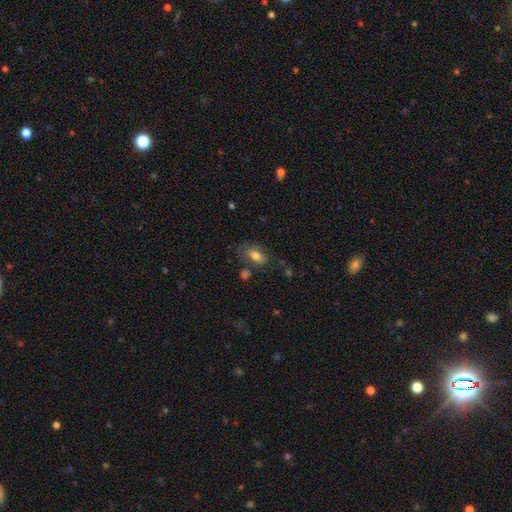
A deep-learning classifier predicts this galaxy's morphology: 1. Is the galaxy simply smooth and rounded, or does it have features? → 78% smooth, 14% featured or disk, 8% star or artifact.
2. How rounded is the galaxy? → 89% in between, 7% round, 4% cigar-shaped.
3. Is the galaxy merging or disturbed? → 64% none, 20% minor disturbance, 8% major disturbance, 8% merger.